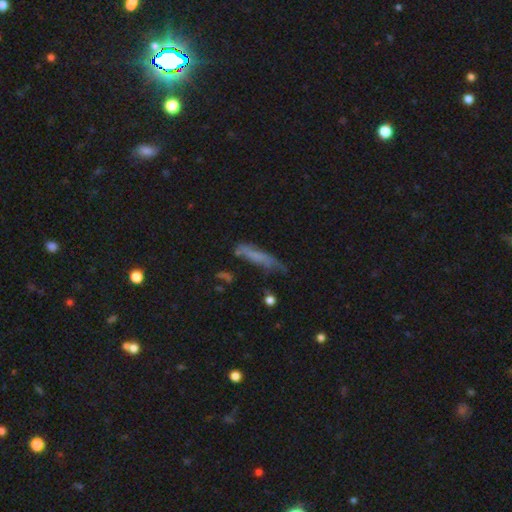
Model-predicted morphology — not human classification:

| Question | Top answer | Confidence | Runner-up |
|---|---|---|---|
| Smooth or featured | smooth | 55% | featured or disk (33%) |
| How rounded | cigar-shaped | 82% | in between (16%) |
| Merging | none | 53% | minor disturbance (29%) |